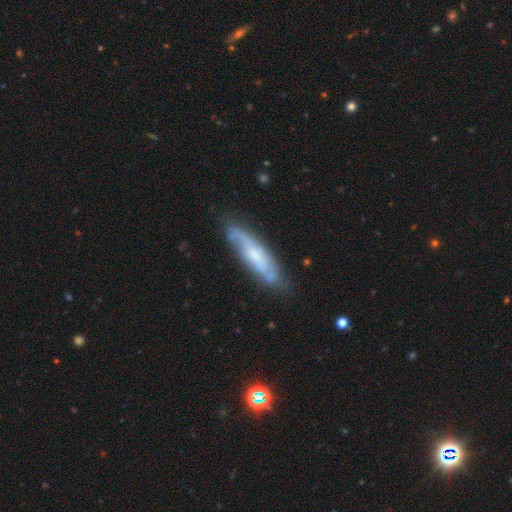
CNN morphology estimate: Smooth or featured?
  - featured or disk: 63% *
  - smooth: 30%
  - star or artifact: 7%
Edge-on disk?
  - no: 65% *
  - yes: 35%
Merging?
  - none: 74% *
  - minor disturbance: 18%
  - major disturbance: 5%
  - merger: 3%